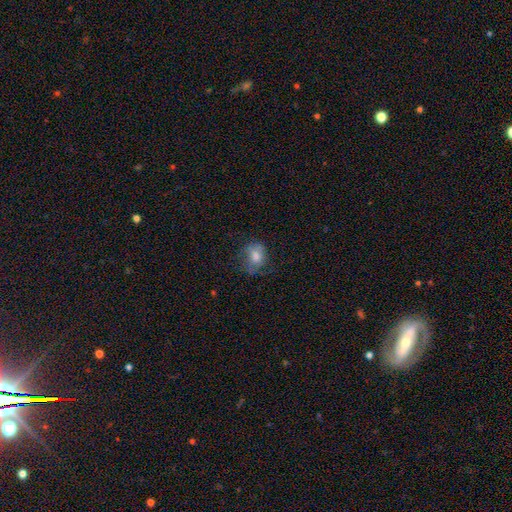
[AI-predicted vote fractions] smooth 65%, featured or disk 21%, star or artifact 13%. Down the decision tree: how rounded — in between (50%); merging — none (56%).